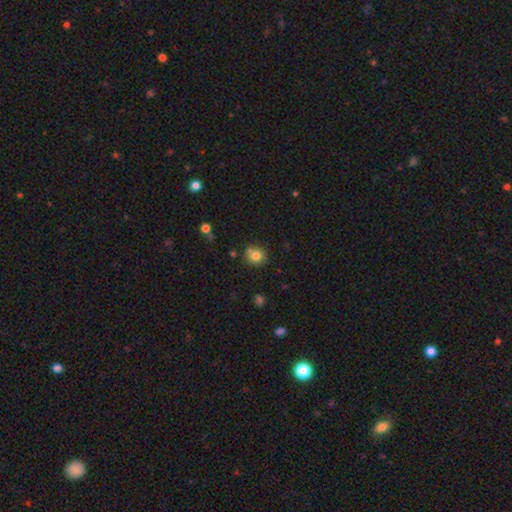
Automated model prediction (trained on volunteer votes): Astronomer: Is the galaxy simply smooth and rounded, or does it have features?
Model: smooth — 80%.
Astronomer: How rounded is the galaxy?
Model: round — 84%.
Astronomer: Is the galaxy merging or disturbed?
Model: none — 70%.